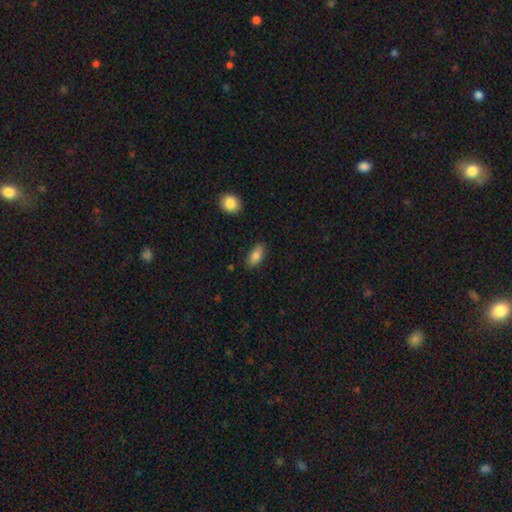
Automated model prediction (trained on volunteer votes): A smooth galaxy with no disk features (82%) that is in between round and cigar-shaped (88%). Merging: none (84%).